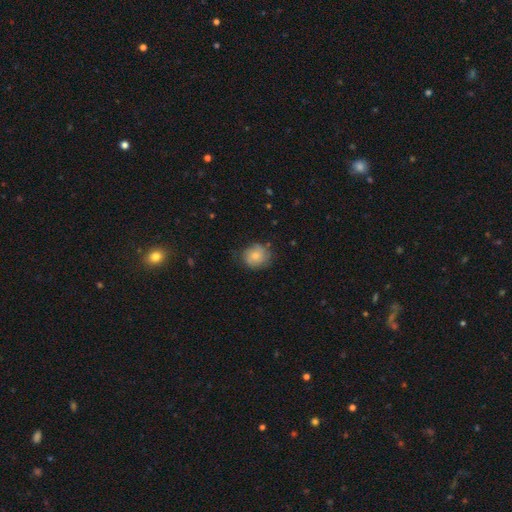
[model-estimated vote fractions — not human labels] Smooth or featured: smooth — 73% (featured or disk — 19%)
How rounded: round — 79% (in between — 20%)
Merging: none — 72% (minor disturbance — 21%)